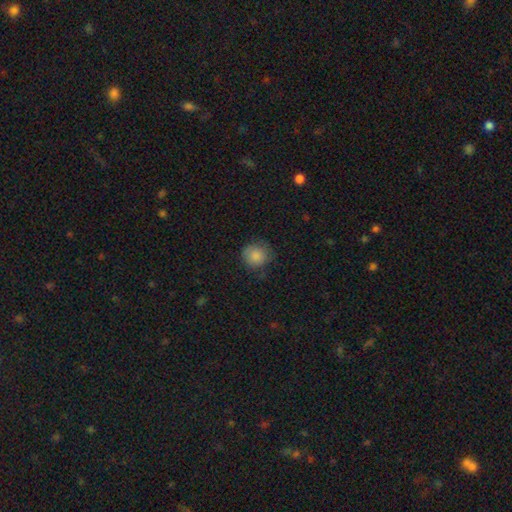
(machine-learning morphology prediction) Smooth or featured?
  - smooth: 86% *
  - star or artifact: 9%
  - featured or disk: 6%
How rounded?
  - round: 87% *
  - in between: 12%
  - cigar-shaped: 1%
Merging?
  - none: 74% *
  - minor disturbance: 20%
  - major disturbance: 5%
  - merger: 1%